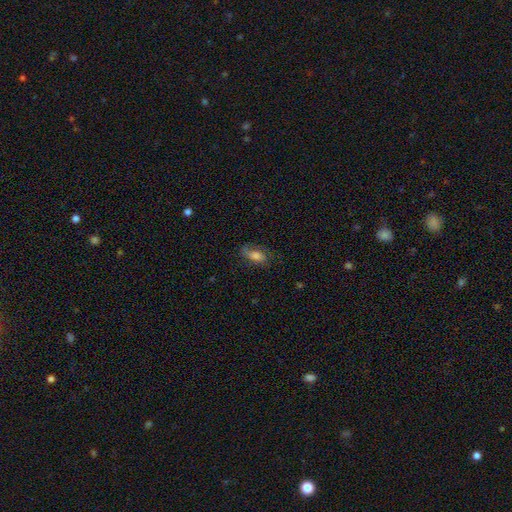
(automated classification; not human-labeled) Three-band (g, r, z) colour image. It shows a smooth galaxy with no disk features (58%) that is in between round and cigar-shaped (84%). Merging: none (62%).